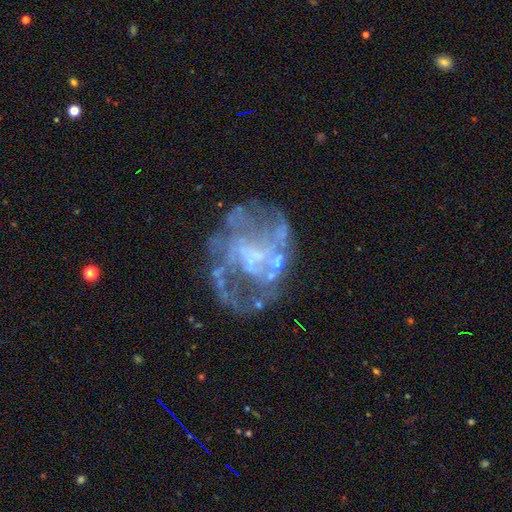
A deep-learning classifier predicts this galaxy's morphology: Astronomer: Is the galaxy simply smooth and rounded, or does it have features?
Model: featured or disk — 80%.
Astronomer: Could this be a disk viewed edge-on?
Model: no — 98%.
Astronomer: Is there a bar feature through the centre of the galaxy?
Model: no — 65%.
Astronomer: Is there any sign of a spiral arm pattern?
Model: yes — 56% (runner-up: no, 44%).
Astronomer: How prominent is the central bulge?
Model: none — 58%.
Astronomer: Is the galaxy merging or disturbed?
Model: none — 53%.